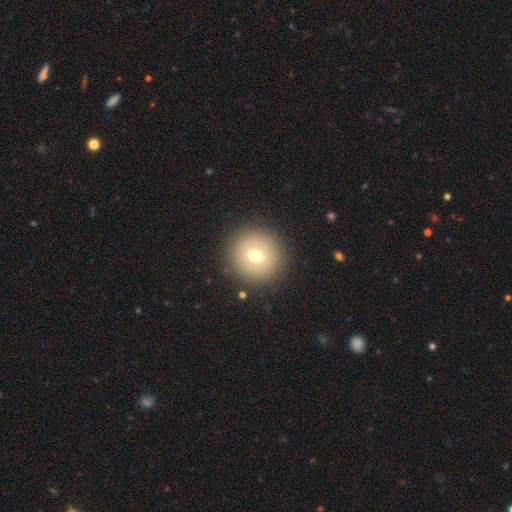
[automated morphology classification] Smooth or featured? Predicted: smooth (p=0.65). How rounded? Predicted: round (p=0.94). Merging? Predicted: none (p=0.88).